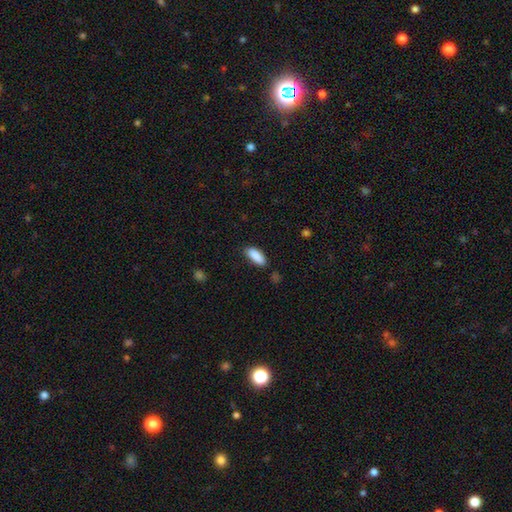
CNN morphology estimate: type=smooth (89%); roundness=in between (73%); merging=none (79%).